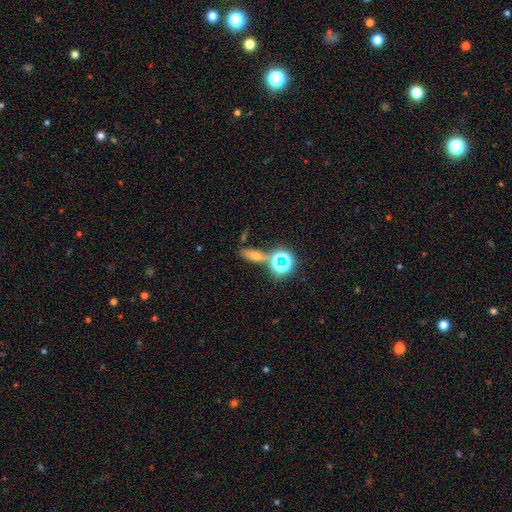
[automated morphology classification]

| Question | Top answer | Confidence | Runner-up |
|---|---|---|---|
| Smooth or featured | smooth | 40% | star or artifact (34%) |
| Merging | none | 70% | merger (14%) |